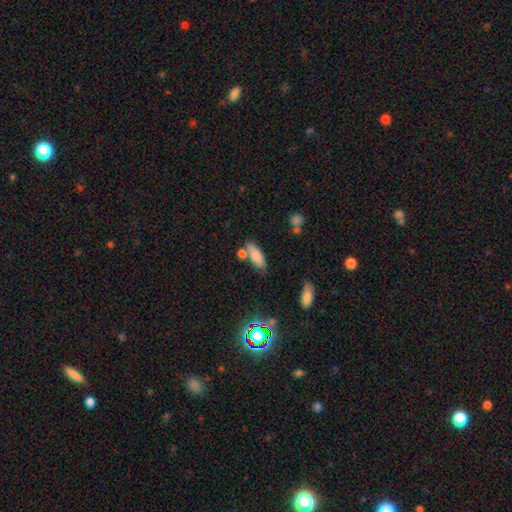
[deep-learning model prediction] Morphology: type=smooth (81%); roundness=in between (69%); merging=none (61%).